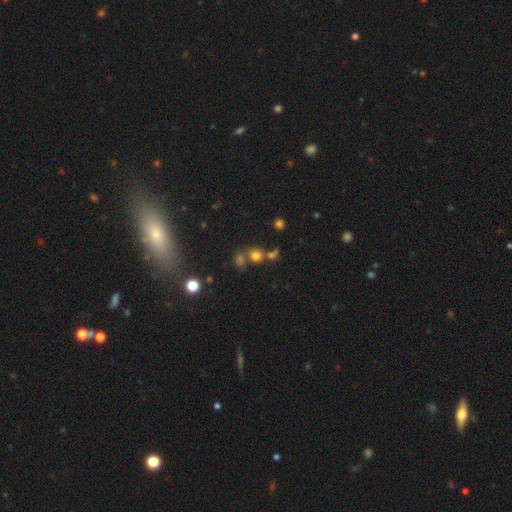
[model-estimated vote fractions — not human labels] A smooth galaxy with no disk features (69%) that is round (85%).

Vote fractions:
- Smooth or featured? smooth: 69% / star or artifact: 22% / featured or disk: 9%
- How rounded? round: 85% / in between: 14% / cigar-shaped: 1%
- Merging? none: 57% / merger: 30% / minor disturbance: 8% / major disturbance: 5%